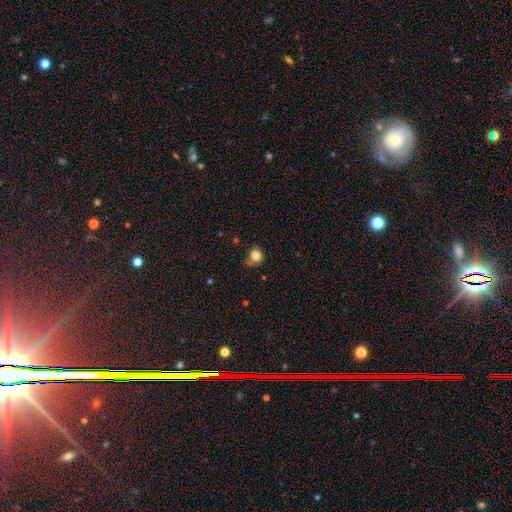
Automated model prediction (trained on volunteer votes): A smooth galaxy with no disk features (82%) that is round (77%).

Vote fractions:
- Smooth or featured? smooth: 82% / star or artifact: 11% / featured or disk: 7%
- How rounded? round: 77% / in between: 22% / cigar-shaped: 1%
- Merging? none: 58% / minor disturbance: 28% / major disturbance: 8% / merger: 5%